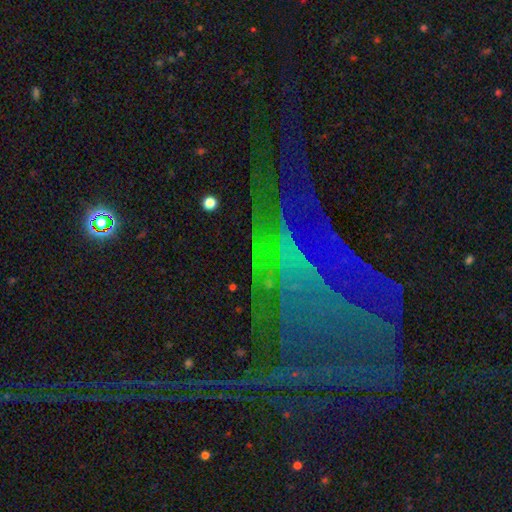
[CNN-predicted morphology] A star or artifact, not a galaxy (71%).